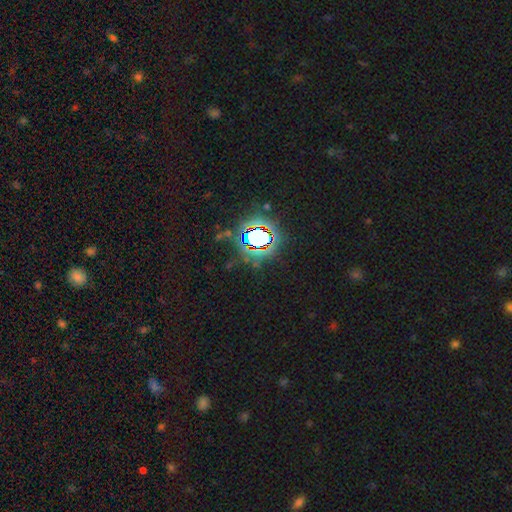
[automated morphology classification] Smooth or featured? star or artifact (79%)